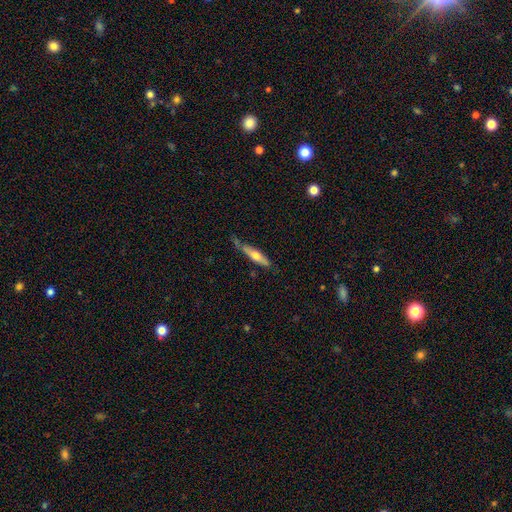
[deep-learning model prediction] This appears to be a smooth galaxy with no disk features (50%). Merging: none (59%).